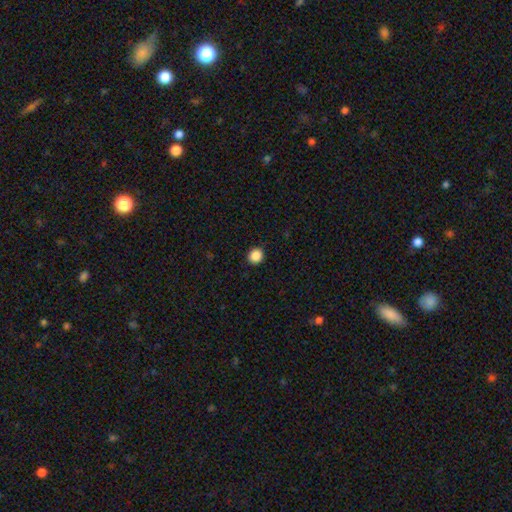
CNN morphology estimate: This is clearly a smooth galaxy (87%). How rounded: clearly round (90%). Merging: clearly none (92%).